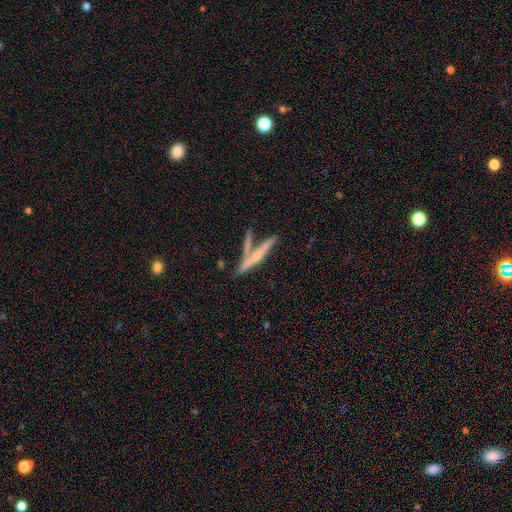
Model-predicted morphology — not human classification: A featured or disk galaxy (51%) viewed edge-on (91%). Merging: none (54%).